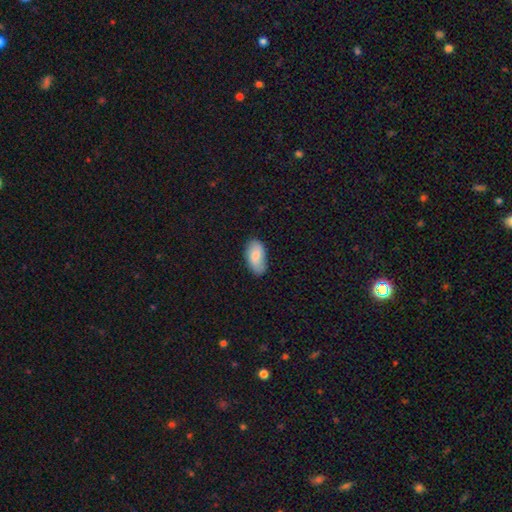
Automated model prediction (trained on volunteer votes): This is clearly a smooth galaxy (82%). How rounded: clearly in between (95%). Merging: likely none (75%).